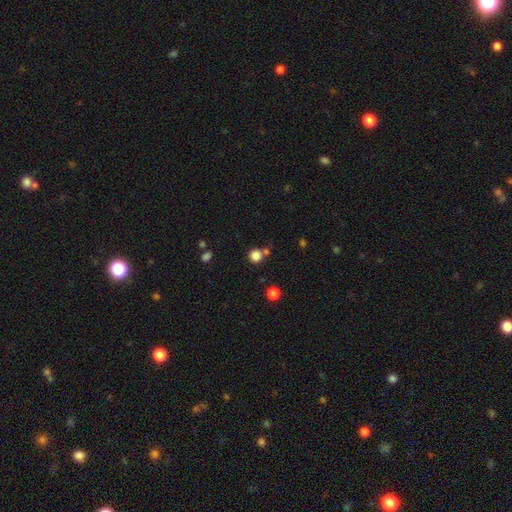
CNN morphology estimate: smooth-or-featured: smooth: 83% | star or artifact: 13% | featured or disk: 5%
  how-rounded: round: 93% | in between: 6% | cigar-shaped: 1%
  merging: none: 73% | merger: 16% | minor disturbance: 9% | major disturbance: 3%